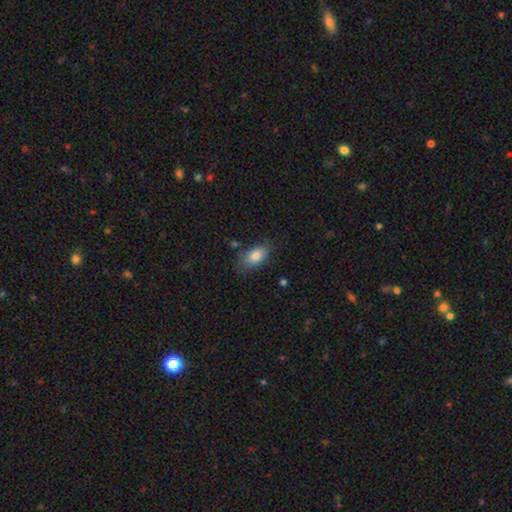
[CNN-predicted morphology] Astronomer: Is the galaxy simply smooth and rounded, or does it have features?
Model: smooth — 82%.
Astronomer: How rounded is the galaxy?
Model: in between — 89%.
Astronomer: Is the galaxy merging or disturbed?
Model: none — 75%.